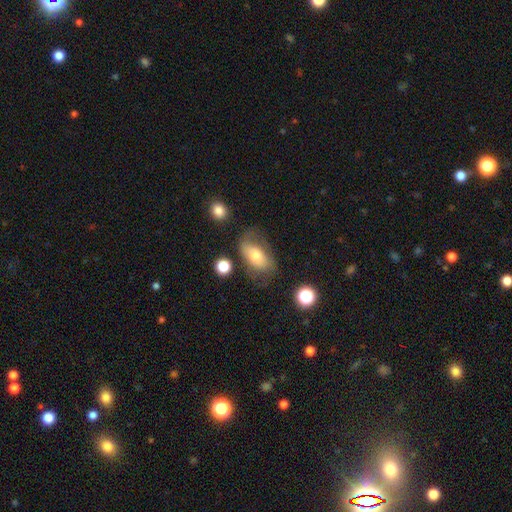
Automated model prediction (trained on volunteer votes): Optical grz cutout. It shows a smooth galaxy with no disk features (63%) that is in between round and cigar-shaped (88%). Merging: none (51%).